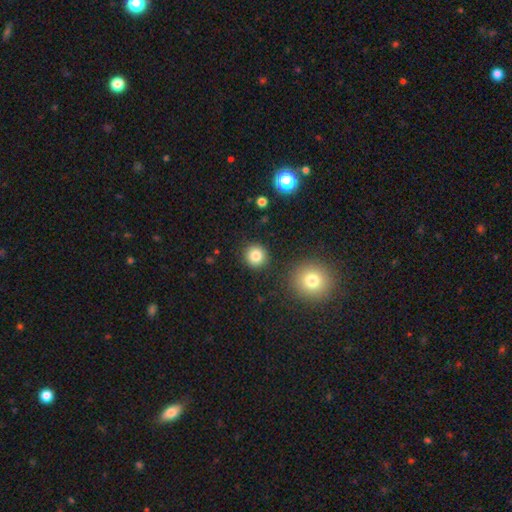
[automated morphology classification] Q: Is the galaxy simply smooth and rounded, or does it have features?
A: smooth — 83%.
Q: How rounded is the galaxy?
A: round — 93%.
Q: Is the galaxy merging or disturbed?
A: none — 90%.